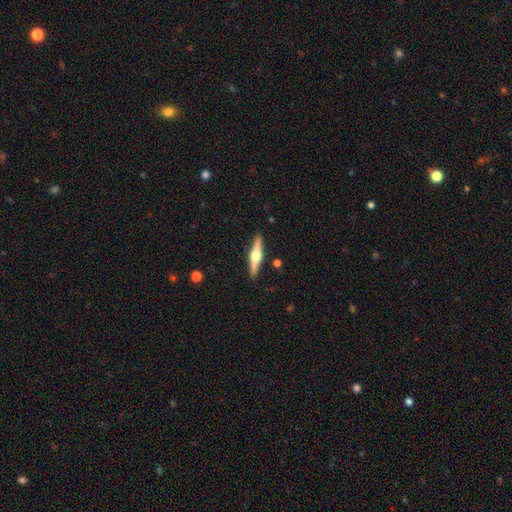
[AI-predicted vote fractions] Overall: featured or disk (74%). Edge-on disk: yes (98%). Edge-on bulge: rounded (96%). Merging: none (91%).